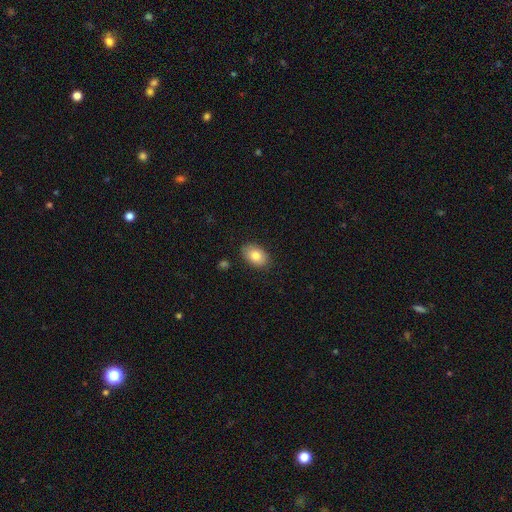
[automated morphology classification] Smooth or featured? smooth (82%)
How rounded? in between (86%)
Merging? none (86%)